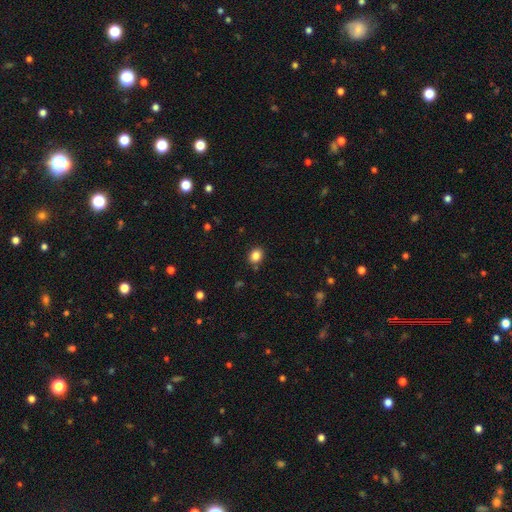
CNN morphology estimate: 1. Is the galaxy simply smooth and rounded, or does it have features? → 85% smooth, 11% star or artifact, 4% featured or disk.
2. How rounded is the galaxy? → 60% round, 39% in between, 1% cigar-shaped.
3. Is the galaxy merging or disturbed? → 85% none, 10% minor disturbance, 3% merger, 3% major disturbance.